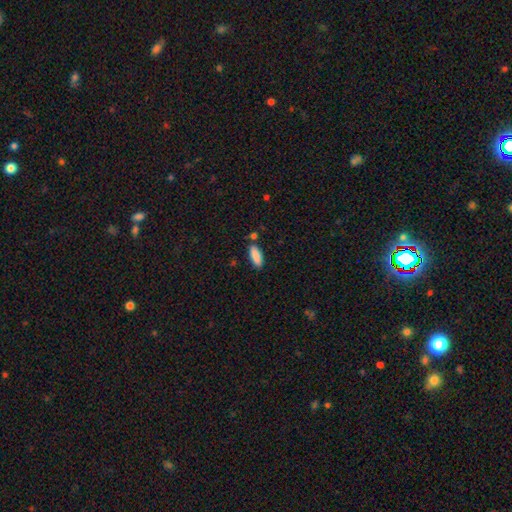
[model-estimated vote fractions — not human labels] A smooth galaxy with no disk features (88%) that is in between round and cigar-shaped (70%).

Vote fractions:
- Smooth or featured? smooth: 88% / star or artifact: 7% / featured or disk: 5%
- How rounded? in between: 70% / cigar-shaped: 28% / round: 2%
- Merging? none: 80% / minor disturbance: 12% / merger: 6% / major disturbance: 3%